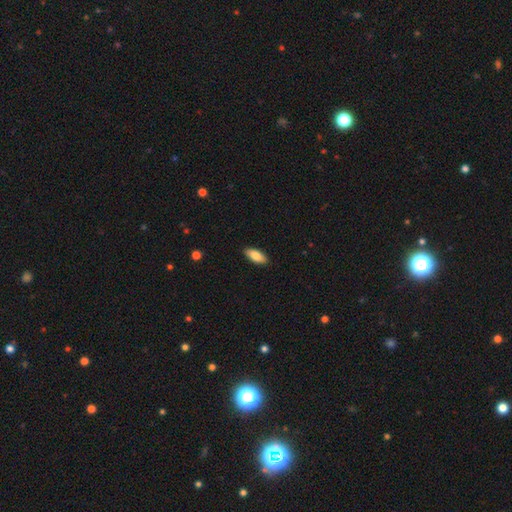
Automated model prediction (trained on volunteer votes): Smooth or featured?
  - smooth: 84% *
  - featured or disk: 10%
  - star or artifact: 6%
How rounded?
  - in between: 85% *
  - cigar-shaped: 13%
  - round: 2%
Merging?
  - none: 89% *
  - minor disturbance: 8%
  - major disturbance: 2%
  - merger: 1%